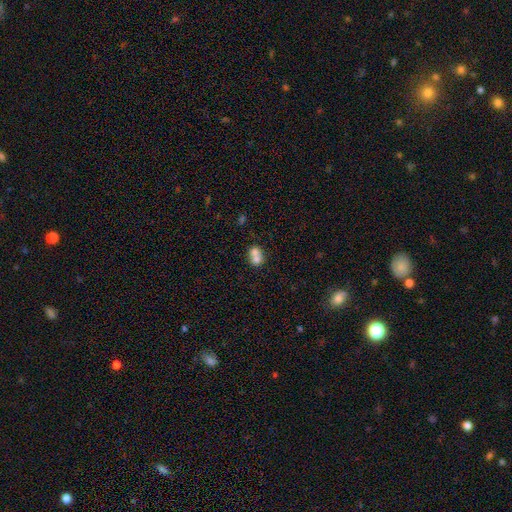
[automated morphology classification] A smooth galaxy with no disk features (69%) that is round (66%). Merging: merger (69%).